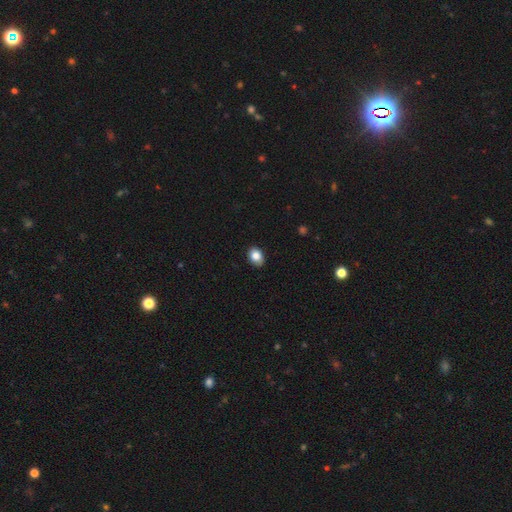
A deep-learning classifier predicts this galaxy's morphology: Smooth or featured?
  - smooth: 85% *
  - star or artifact: 8%
  - featured or disk: 7%
How rounded?
  - in between: 70% *
  - round: 29%
  - cigar-shaped: 1%
Merging?
  - none: 87% *
  - minor disturbance: 10%
  - major disturbance: 2%
  - merger: 1%